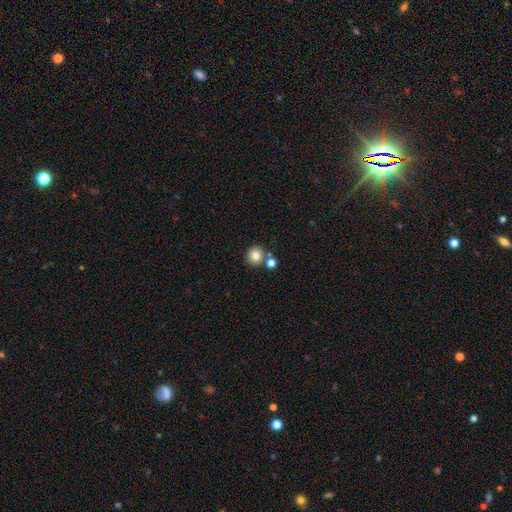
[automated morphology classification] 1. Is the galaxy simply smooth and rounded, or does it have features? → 80% smooth, 12% star or artifact, 8% featured or disk.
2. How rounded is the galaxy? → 91% round, 8% in between, 1% cigar-shaped.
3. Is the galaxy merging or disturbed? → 73% none, 17% merger, 7% minor disturbance, 2% major disturbance.